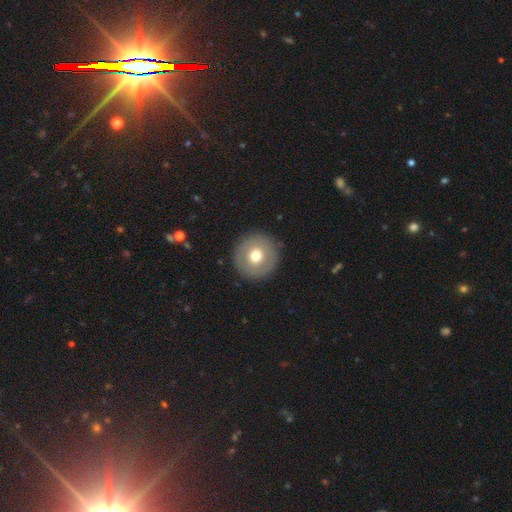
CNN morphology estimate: Overall: smooth (61%; featured or disk 32%). How rounded: round (95%). Merging: none (90%).